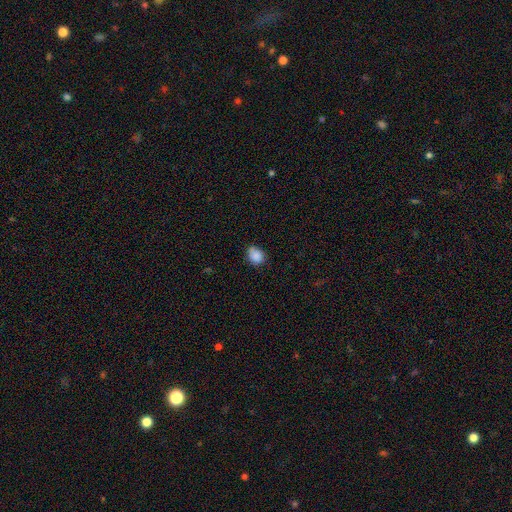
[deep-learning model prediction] Smooth or featured? smooth (85%)
How rounded? round (52%)
Merging? none (62%)